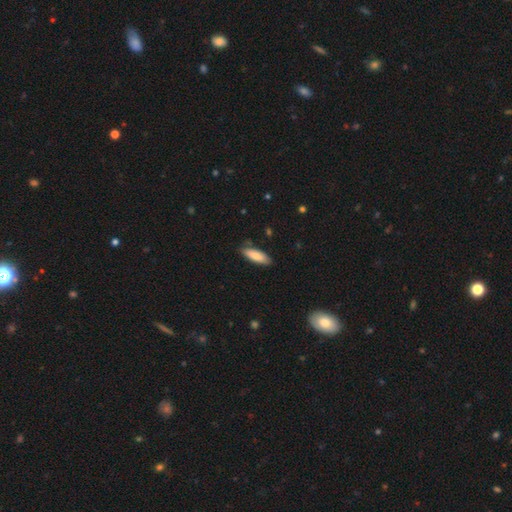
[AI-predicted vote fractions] smooth_or_featured: smooth (p=0.82) [alt: featured or disk p=0.12]
how_rounded: in between (p=0.56) [alt: cigar-shaped p=0.43]
merging: none (p=0.81) [alt: minor disturbance p=0.15]